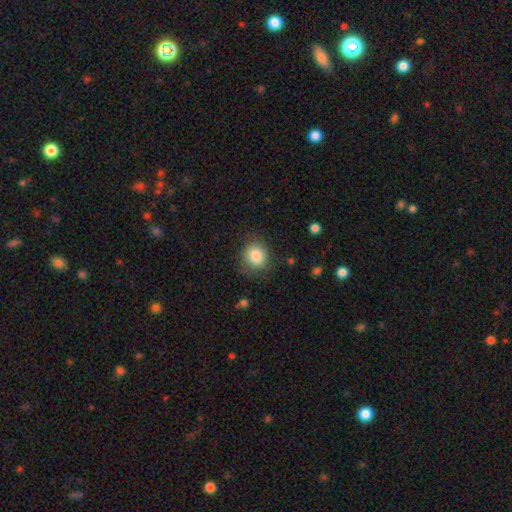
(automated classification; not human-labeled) A smooth galaxy with no disk features (84%) that is round (75%).

Vote fractions:
- Smooth or featured? smooth: 84% / star or artifact: 8% / featured or disk: 8%
- How rounded? round: 75% / in between: 24% / cigar-shaped: 1%
- Merging? none: 76% / minor disturbance: 17% / major disturbance: 6% / merger: 1%